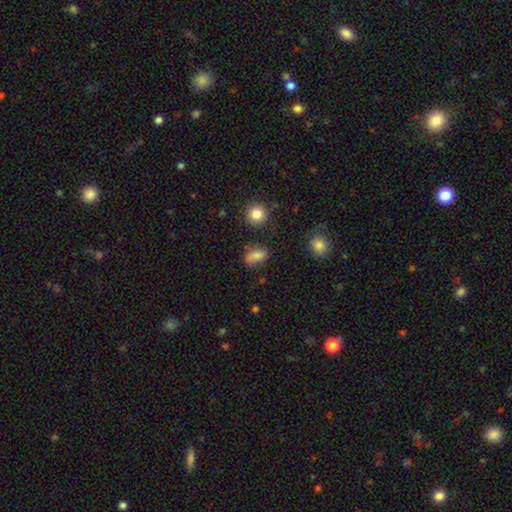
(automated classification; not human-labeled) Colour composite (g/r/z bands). It shows a smooth galaxy with no disk features (76%) that is in between round and cigar-shaped (77%). Merging: none (62%).